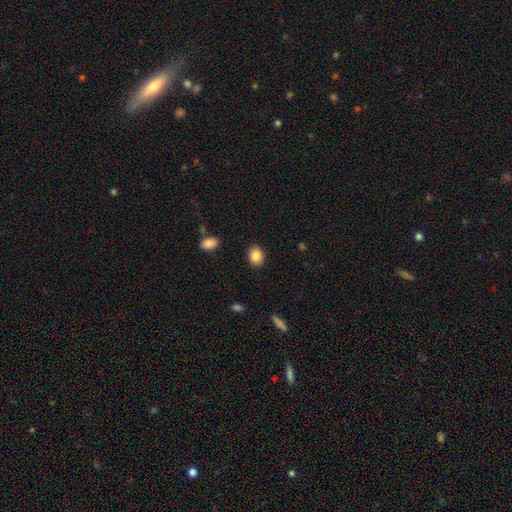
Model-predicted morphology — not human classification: smooth-or-featured: smooth: 86% | star or artifact: 8% | featured or disk: 5%
  how-rounded: in between: 58% | round: 41% | cigar-shaped: 1%
  merging: none: 88% | minor disturbance: 8% | major disturbance: 2% | merger: 1%